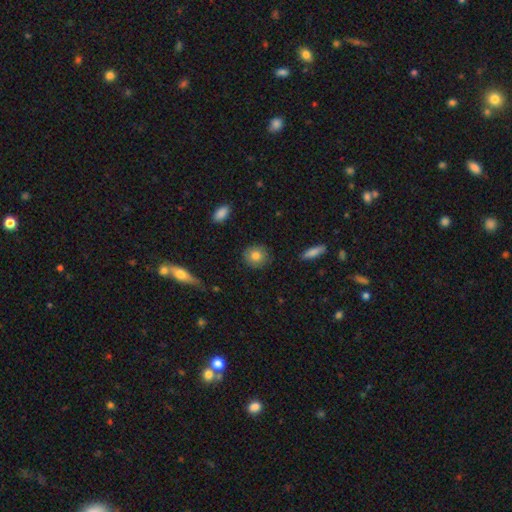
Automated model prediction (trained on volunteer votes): Smooth or featured? Predicted: smooth (p=0.81). How rounded? Predicted: round (p=0.84). Merging? Predicted: none (p=0.87).